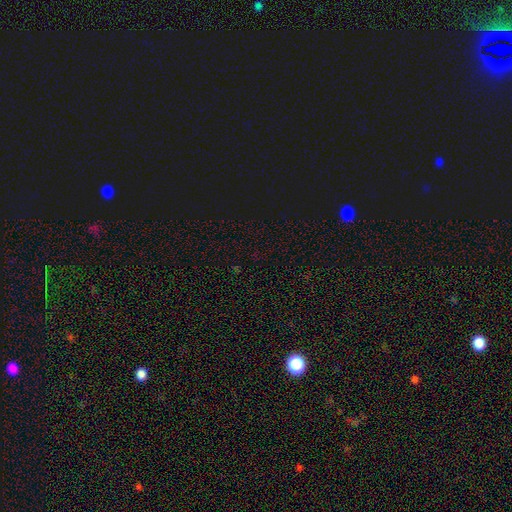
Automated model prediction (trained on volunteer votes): Smooth or featured? Predicted: star or artifact (p=0.71).